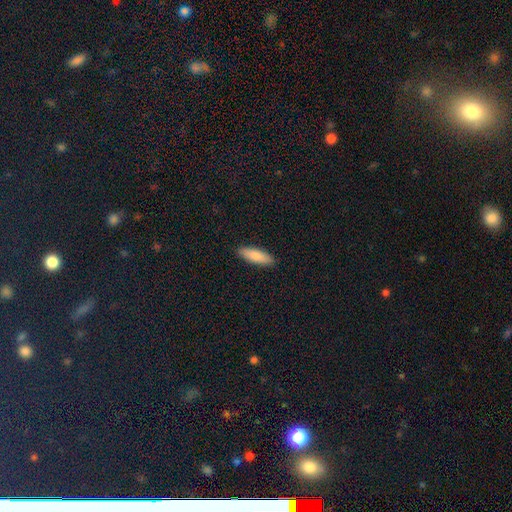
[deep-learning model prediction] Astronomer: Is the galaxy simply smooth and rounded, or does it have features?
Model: smooth — 84%.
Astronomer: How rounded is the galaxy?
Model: cigar-shaped — 50% (runner-up: in between, 48%).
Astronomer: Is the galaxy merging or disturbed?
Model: none — 90%.